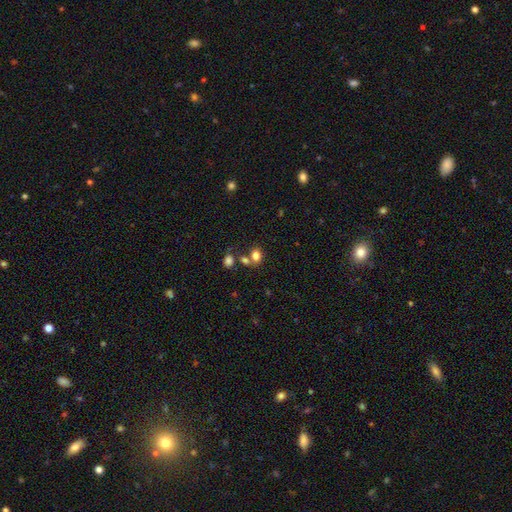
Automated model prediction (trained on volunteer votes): smooth_or_featured: smooth (p=0.79) [alt: star or artifact p=0.13]
how_rounded: in between (p=0.52) [alt: round p=0.47]
merging: none (p=0.55) [alt: merger p=0.28]